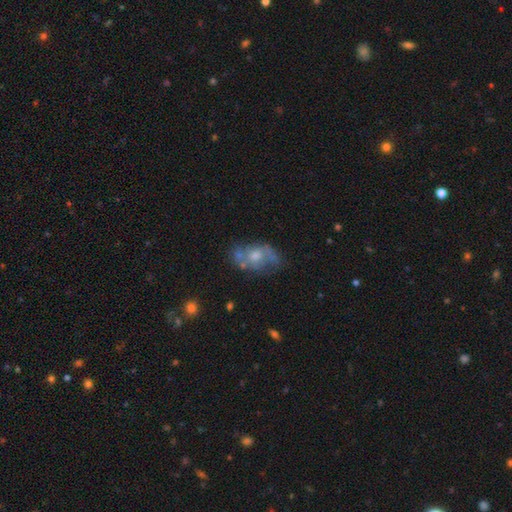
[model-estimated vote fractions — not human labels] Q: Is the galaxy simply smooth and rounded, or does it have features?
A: featured or disk — 57%.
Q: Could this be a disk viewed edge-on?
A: no — 93%.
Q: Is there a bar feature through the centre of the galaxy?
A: no — 76%.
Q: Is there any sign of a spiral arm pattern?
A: yes — 52%.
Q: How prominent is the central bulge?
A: moderate — 58%.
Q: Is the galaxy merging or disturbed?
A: none — 51%.